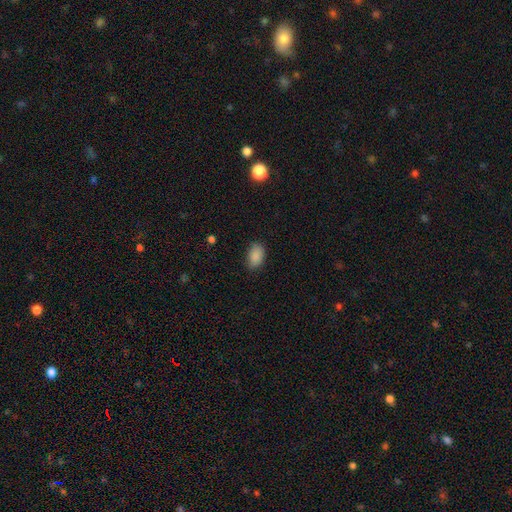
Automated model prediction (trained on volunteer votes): Smooth or featured? Predicted: smooth (p=0.88). How rounded? Predicted: in between (p=0.91). Merging? Predicted: none (p=0.80).